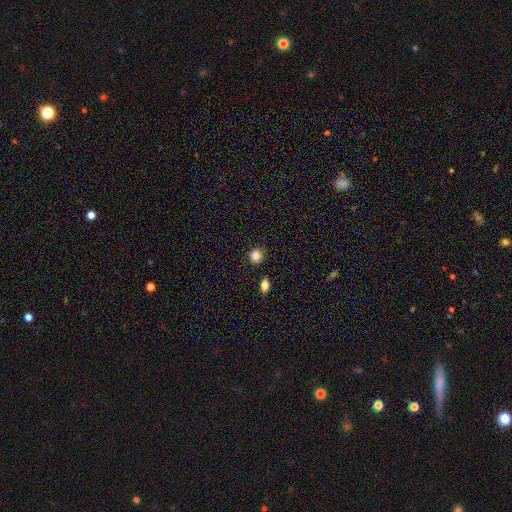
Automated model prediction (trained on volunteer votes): smooth-or-featured: smooth: 84% | star or artifact: 11% | featured or disk: 5%
  how-rounded: round: 89% | in between: 10% | cigar-shaped: 1%
  merging: none: 86% | minor disturbance: 8% | merger: 3% | major disturbance: 2%